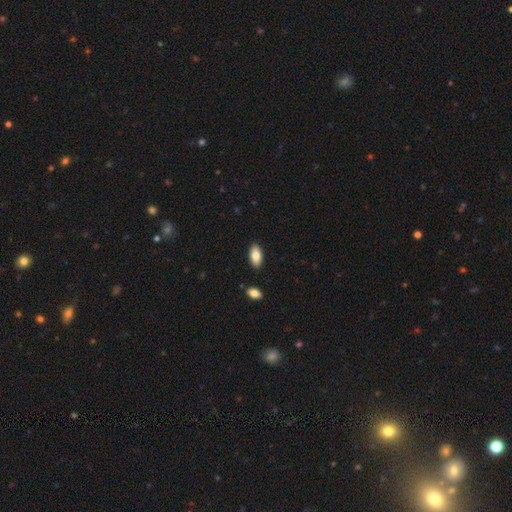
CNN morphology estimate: smooth 82%, featured or disk 11%, star or artifact 6%. Down the decision tree: how rounded — in between (92%); merging — none (88%).